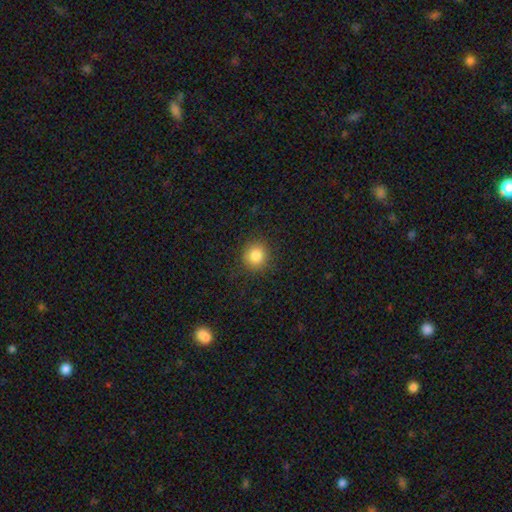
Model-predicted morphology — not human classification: smooth 84%, star or artifact 11%, featured or disk 6%. Down the decision tree: how rounded — round (90%); merging — none (86%).